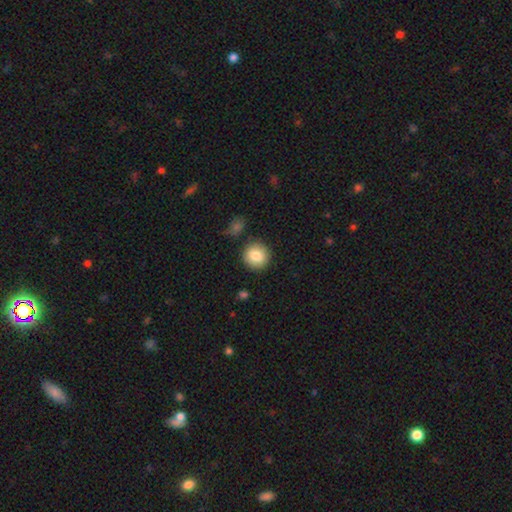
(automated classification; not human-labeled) A smooth galaxy with no disk features (86%) that is round (93%). Merging: none (87%).